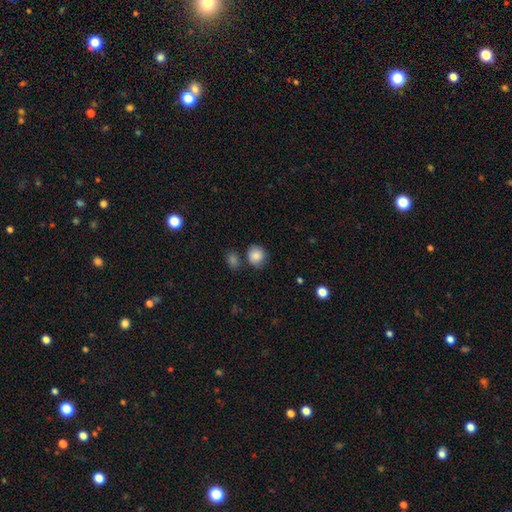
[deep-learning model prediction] Smooth or featured: smooth — 86% (star or artifact — 8%)
How rounded: round — 84% (in between — 15%)
Merging: none — 73% (minor disturbance — 14%)